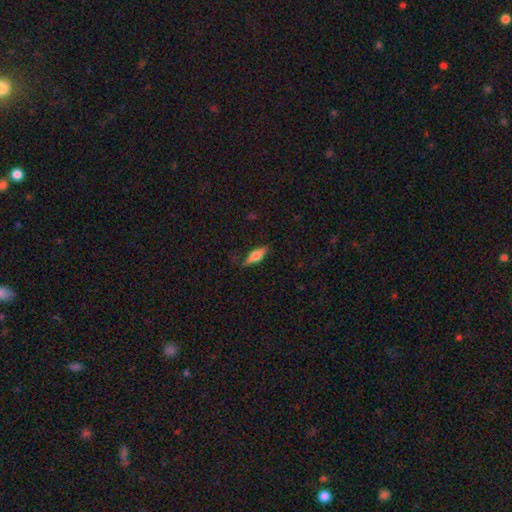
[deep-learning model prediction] Morphology: type=smooth (60%); roundness=in between (51%); merging=none (77%).